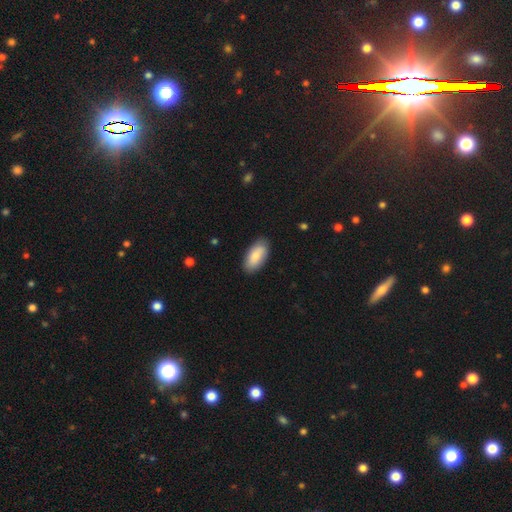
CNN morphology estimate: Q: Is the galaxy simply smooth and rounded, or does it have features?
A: smooth — 83%.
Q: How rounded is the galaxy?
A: in between — 93%.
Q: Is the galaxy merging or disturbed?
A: none — 85%.